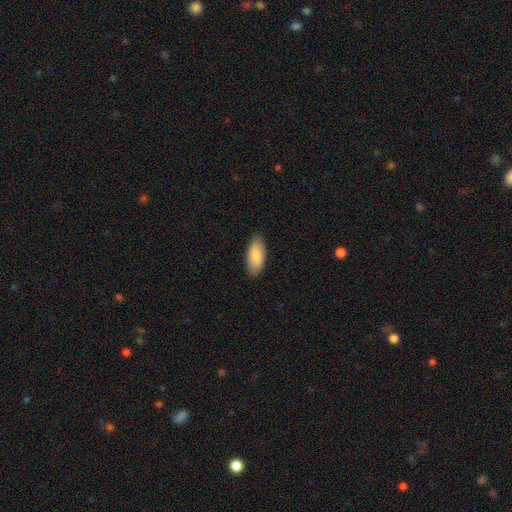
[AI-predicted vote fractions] Morphology: type=smooth (84%); roundness=in between (88%); merging=none (87%).